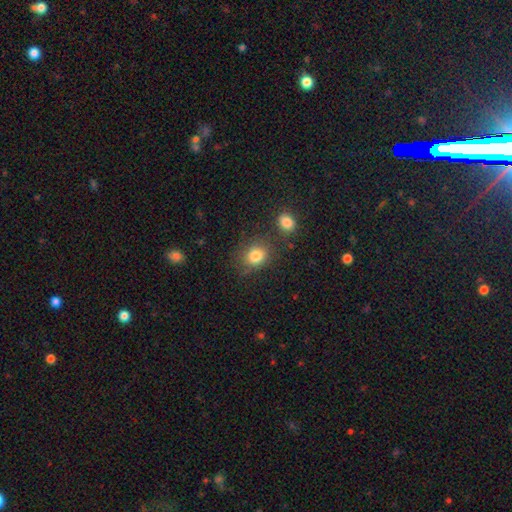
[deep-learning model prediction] Q: Smooth or featured?
A: smooth (82%); runner-up: star or artifact (11%)
Q: How rounded?
A: round (70%); runner-up: in between (29%)
Q: Merging?
A: none (72%); runner-up: minor disturbance (14%)